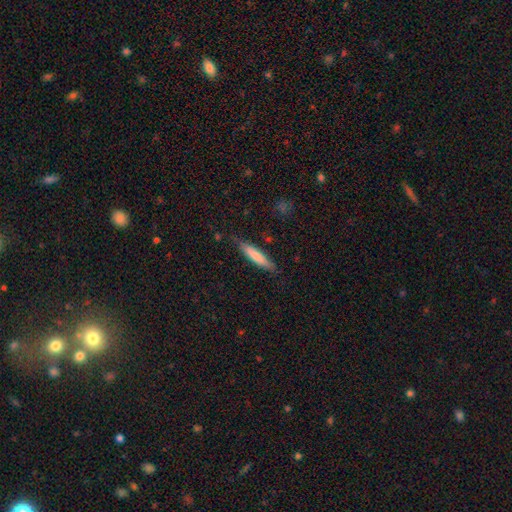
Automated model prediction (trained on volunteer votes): smooth 75%, featured or disk 19%, star or artifact 6%. Down the decision tree: how rounded — cigar-shaped (85%); merging — none (80%).